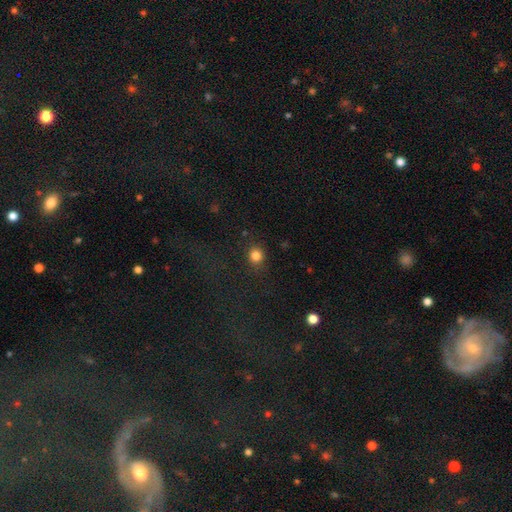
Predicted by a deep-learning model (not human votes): Smooth or featured? Predicted: smooth (p=0.82). How rounded? Predicted: round (p=0.87). Merging? Predicted: none (p=0.87).